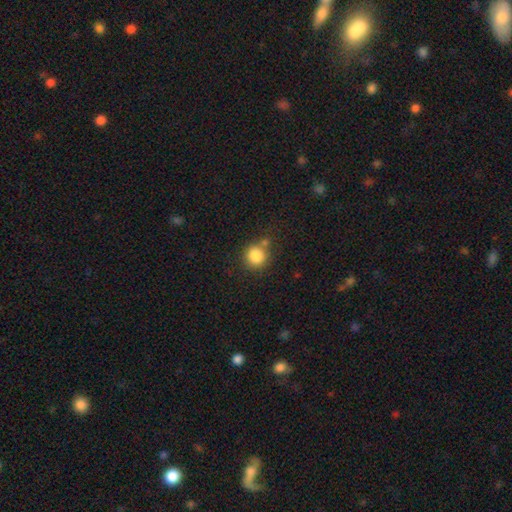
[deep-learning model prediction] smooth_or_featured: smooth (p=0.85) [alt: star or artifact p=0.10]
how_rounded: round (p=0.91) [alt: in between p=0.08]
merging: none (p=0.70) [alt: merger p=0.14]